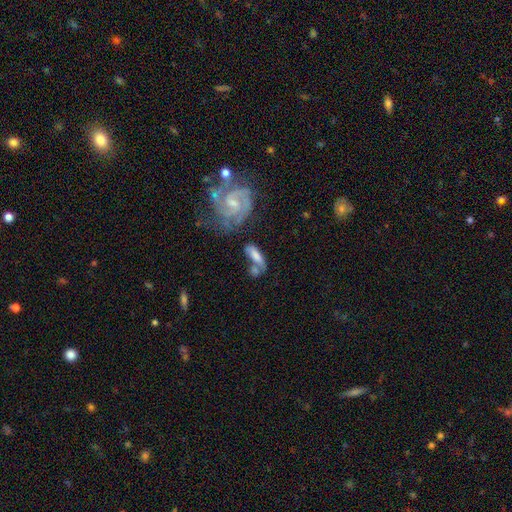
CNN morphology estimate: This is possibly a smooth galaxy (56%). How rounded: possibly in between (49%). Merging: marginally none (42%).